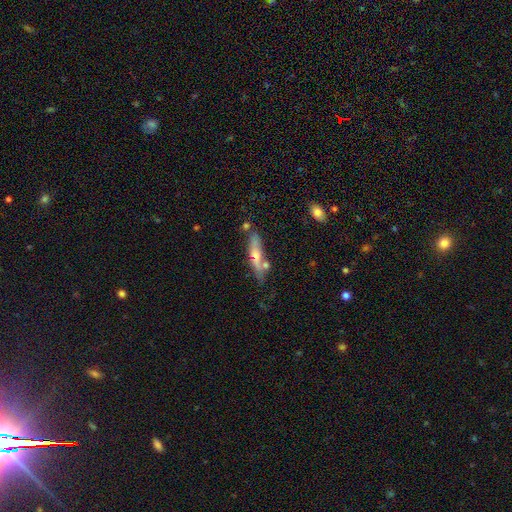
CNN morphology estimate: featured or disk 50%, smooth 43%, star or artifact 8%. Down the decision tree: merging — none (62%).